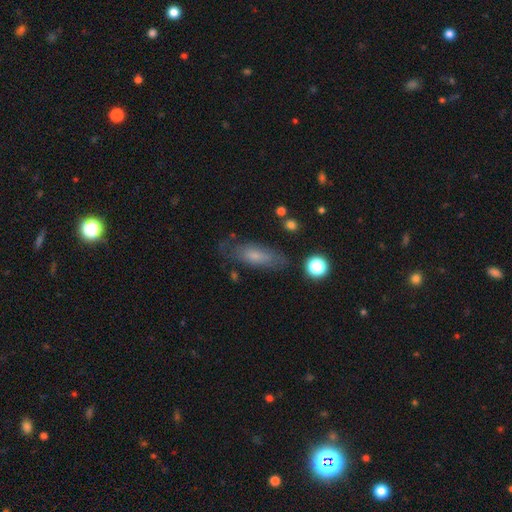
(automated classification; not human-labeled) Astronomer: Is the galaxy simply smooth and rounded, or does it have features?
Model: smooth — 61%.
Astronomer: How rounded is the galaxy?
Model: in between — 69%.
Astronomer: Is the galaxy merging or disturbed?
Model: none — 68%.